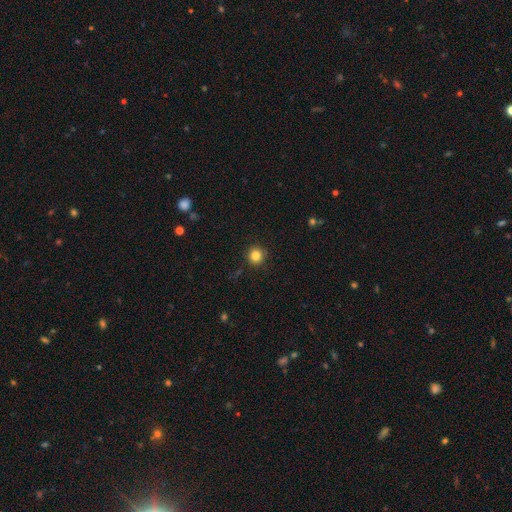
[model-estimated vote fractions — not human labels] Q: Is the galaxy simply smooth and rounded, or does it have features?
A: smooth — 84%.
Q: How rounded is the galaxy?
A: round — 94%.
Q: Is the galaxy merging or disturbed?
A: none — 91%.